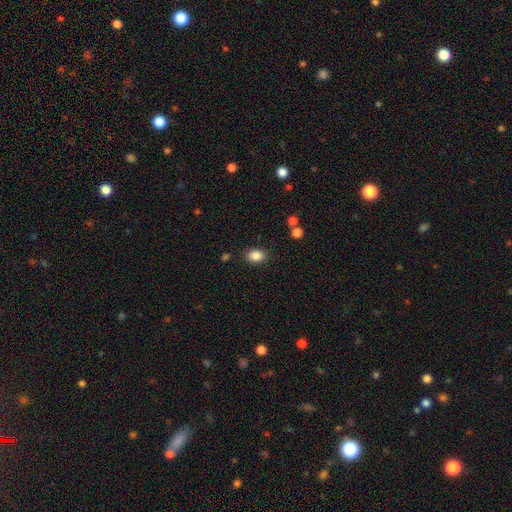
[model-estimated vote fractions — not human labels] Smooth or featured?
  - smooth: 86% *
  - star or artifact: 9%
  - featured or disk: 4%
How rounded?
  - in between: 77% *
  - round: 22%
  - cigar-shaped: 1%
Merging?
  - none: 86% *
  - minor disturbance: 9%
  - major disturbance: 3%
  - merger: 2%